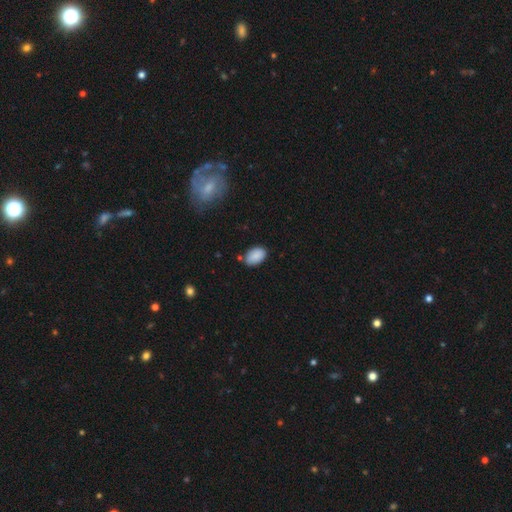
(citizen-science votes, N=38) smooth-or-featured: smooth: 89% | featured or disk: 5% | star or artifact: 5%
  how-rounded: in between: 91% | round: 9% | cigar-shaped: 0%
  merging: none: 78% | minor disturbance: 8% | merger: 8% | major disturbance: 6%